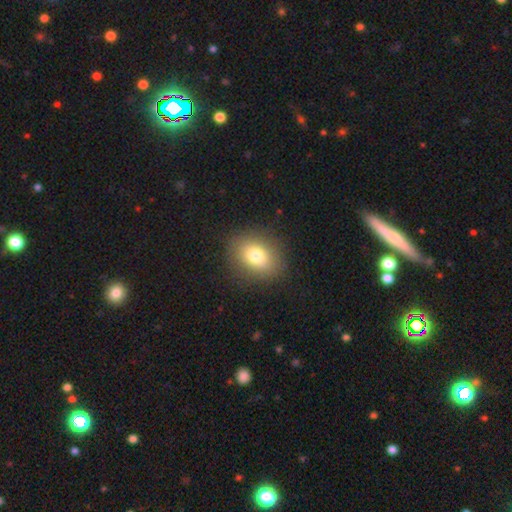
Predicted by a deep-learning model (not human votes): Smooth or featured? Predicted: smooth (p=0.77). How rounded? Predicted: in between (p=0.51). Merging? Predicted: none (p=0.87).